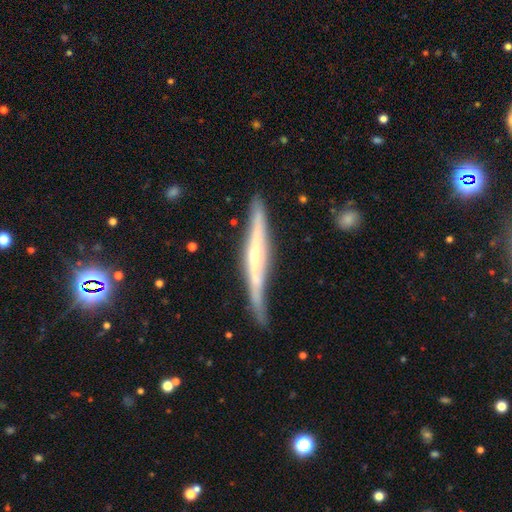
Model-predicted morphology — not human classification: smooth_or_featured: featured or disk (p=0.75) [alt: smooth p=0.20]
disk_edge_on: yes (p=0.94) [alt: no p=0.06]
edge_on_bulge: rounded (p=0.68) [alt: none p=0.23]
merging: none (p=0.75) [alt: minor disturbance p=0.20]